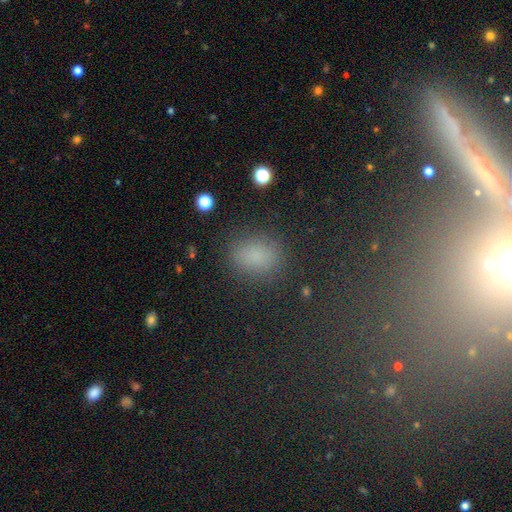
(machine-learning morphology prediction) This is likely a smooth galaxy (76%). How rounded: likely in between (75%). Merging: clearly none (84%).